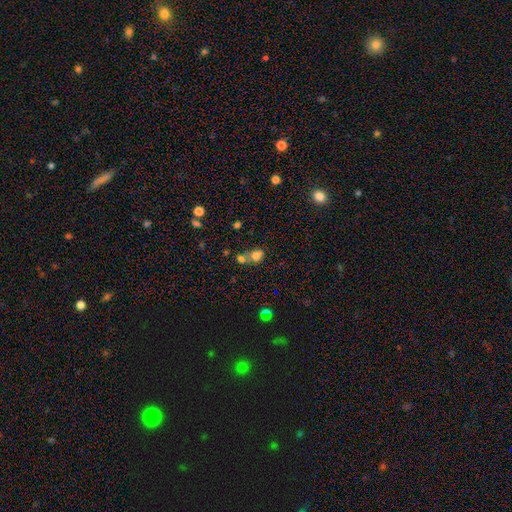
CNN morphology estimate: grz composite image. It shows a smooth galaxy with no disk features (71%) that is in between round and cigar-shaped (50%). Merging: merger (54%).